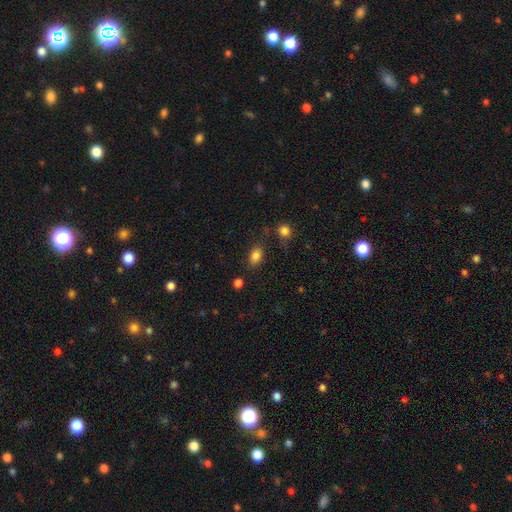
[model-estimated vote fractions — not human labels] Smooth or featured? Predicted: smooth (p=0.84). How rounded? Predicted: in between (p=0.82). Merging? Predicted: none (p=0.77).